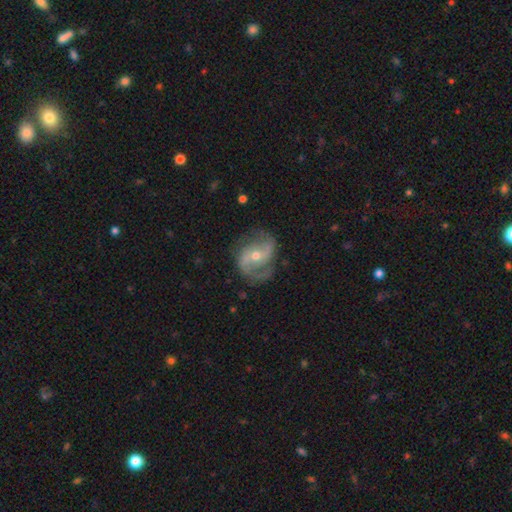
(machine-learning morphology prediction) smooth_or_featured: featured or disk (p=0.87) [alt: smooth p=0.07]
disk_edge_on: no (p=0.97) [alt: yes p=0.03]
bar: no (p=0.42) [alt: weak p=0.39]
has_spiral_arms: yes (p=0.96) [alt: no p=0.04]
spiral_winding: medium (p=0.52) [alt: loose p=0.29]
spiral_arm_count: 2 (p=0.88) [alt: can't tell p=0.04]
bulge_size: moderate (p=0.49) [alt: small p=0.48]
merging: none (p=0.75) [alt: minor disturbance p=0.16]